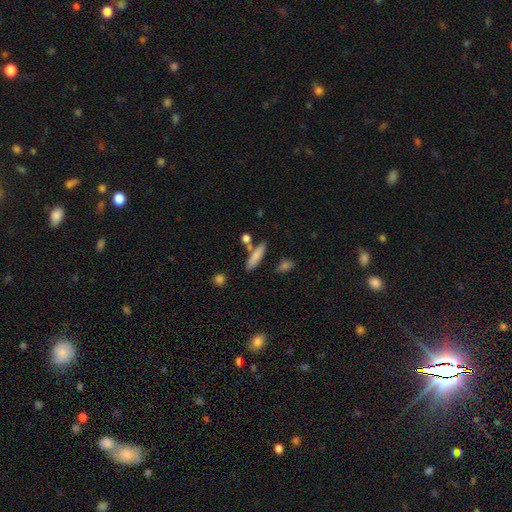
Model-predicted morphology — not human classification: The model was most divided on "how rounded": cigar-shaped: 69%, in between: 27%, round: 4%. More confident: smooth or featured — smooth (80%); merging — none (74%).